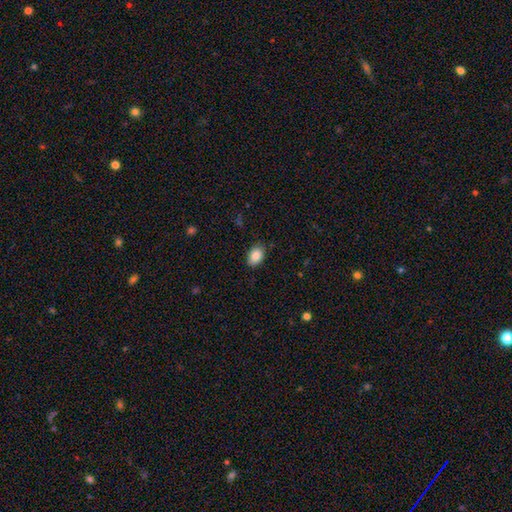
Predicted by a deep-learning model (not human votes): The model was most divided on "how rounded": in between: 83%, round: 16%, cigar-shaped: 1%. More confident: smooth or featured — smooth (88%); merging — none (84%).